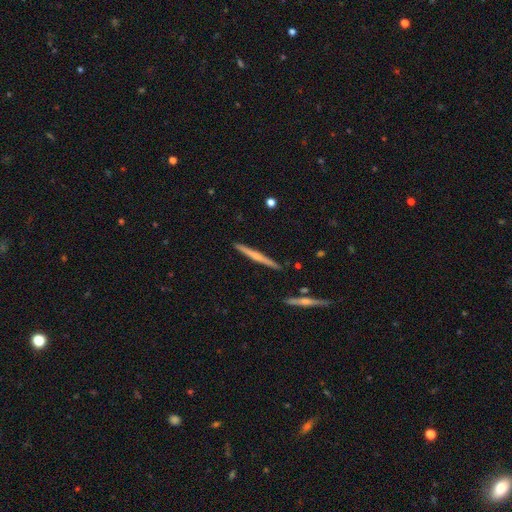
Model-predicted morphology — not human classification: Smooth or featured? featured or disk (58%)
Edge-on disk? yes (98%)
Edge-on bulge? rounded (56%)
Merging? none (91%)